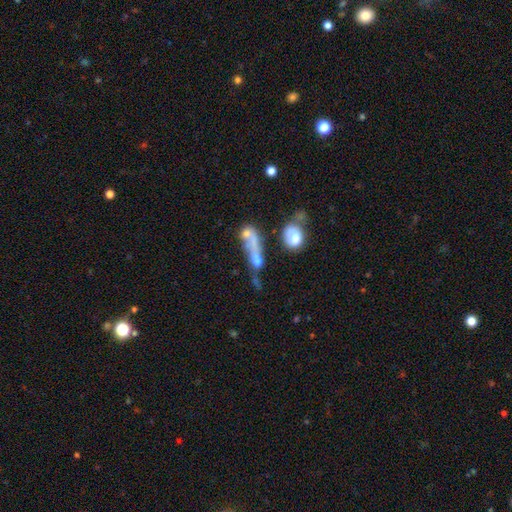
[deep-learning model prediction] This is possibly a smooth galaxy (52%). How rounded: marginally in between (41%). Merging: marginally merger (44%).